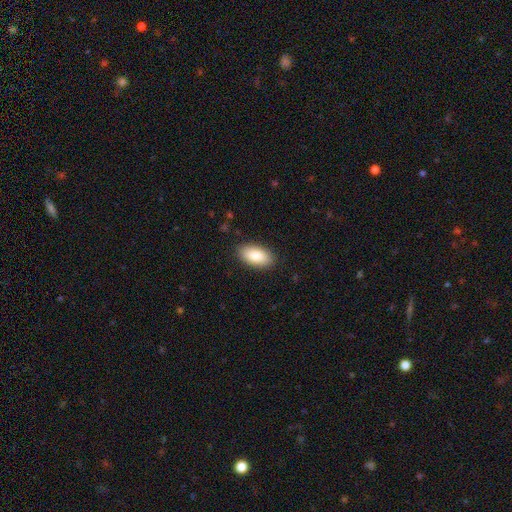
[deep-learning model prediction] Smooth or featured? smooth (85%)
How rounded? in between (93%)
Merging? none (88%)